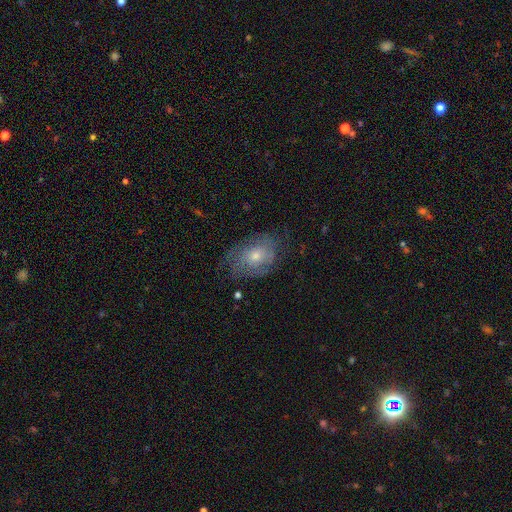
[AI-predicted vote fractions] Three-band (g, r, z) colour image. It shows a featured or disk galaxy (62%) with no bar (81%), spiral arms (77%) and a moderate central bulge (49%). Merging: none (67%).